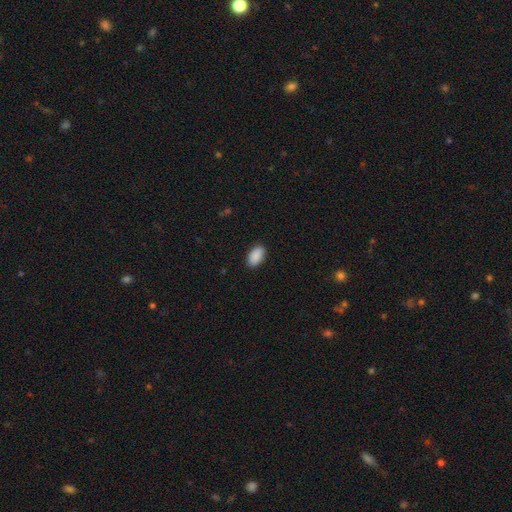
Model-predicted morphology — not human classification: This is clearly a smooth galaxy (91%). How rounded: clearly in between (95%). Merging: clearly none (89%).